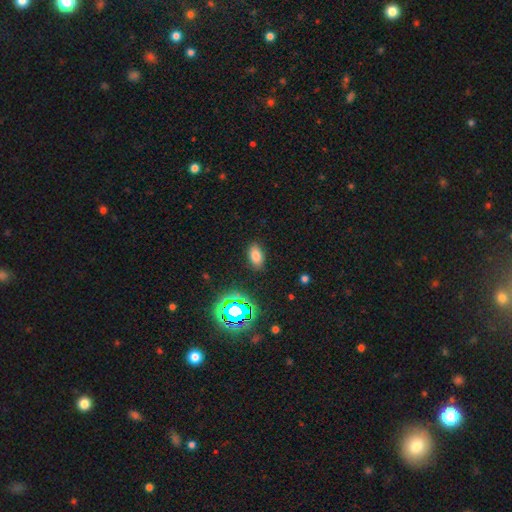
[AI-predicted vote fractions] This is likely a smooth galaxy (74%). How rounded: clearly in between (91%). Merging: clearly none (86%).